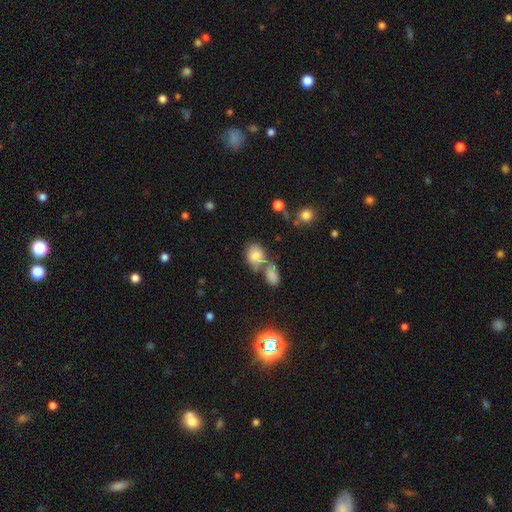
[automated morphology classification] Smooth or featured? smooth (78%)
How rounded? in between (65%)
Merging? merger (44%)